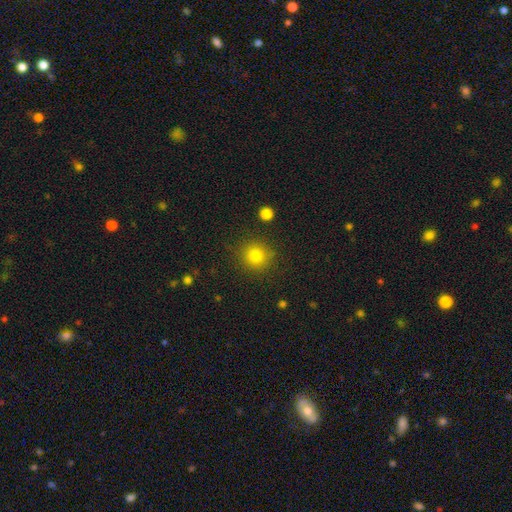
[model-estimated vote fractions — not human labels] Smooth or featured? Predicted: smooth (p=0.81). How rounded? Predicted: round (p=0.92). Merging? Predicted: none (p=0.88).